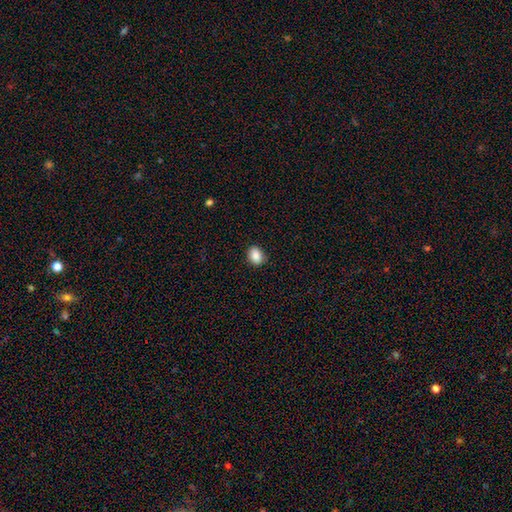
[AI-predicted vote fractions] Morphology: type=smooth (88%); roundness=in between (61%); merging=none (87%).